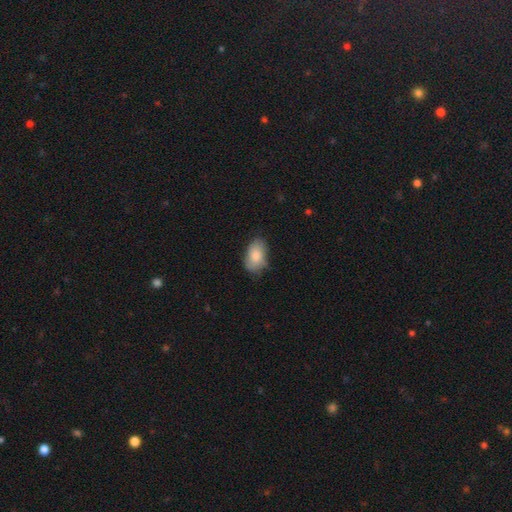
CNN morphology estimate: This is clearly a smooth galaxy (83%). How rounded: clearly in between (91%). Merging: likely none (65%).